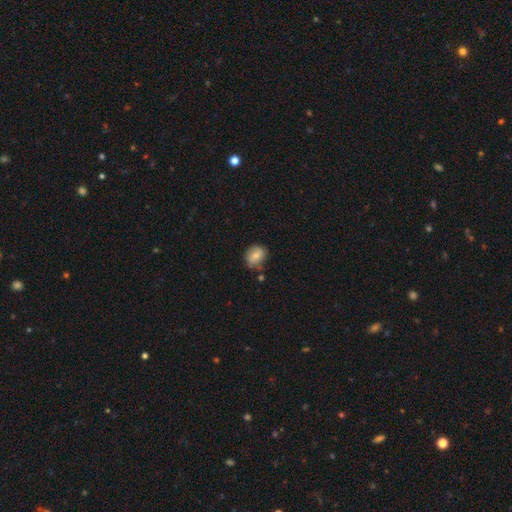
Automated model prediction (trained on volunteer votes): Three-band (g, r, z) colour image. It shows a smooth galaxy with no disk features (67%) that is round (57%). Merging: none (66%).